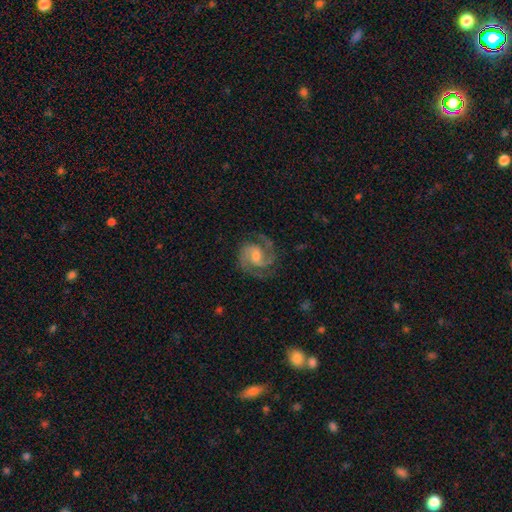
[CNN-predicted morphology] Smooth or featured?
  - featured or disk: 90% *
  - smooth: 5%
  - star or artifact: 4%
Edge-on disk?
  - no: 98% *
  - yes: 2%
Bar?
  - weak: 53% *
  - no: 32%
  - strong: 16%
Spiral arms?
  - yes: 98% *
  - no: 2%
Spiral winding?
  - medium: 56% *
  - tight: 34%
  - loose: 10%
Spiral arm count?
  - 2: 80% *
  - 3: 11%
  - can't tell: 4%
  - 1: 2%
  - 4: 2%
  - more than 4: 2%
Bulge size?
  - moderate: 46% *
  - small: 37%
  - none: 10%
  - large: 6%
  - dominant: 1%
Merging?
  - none: 77% *
  - minor disturbance: 15%
  - major disturbance: 7%
  - merger: 1%